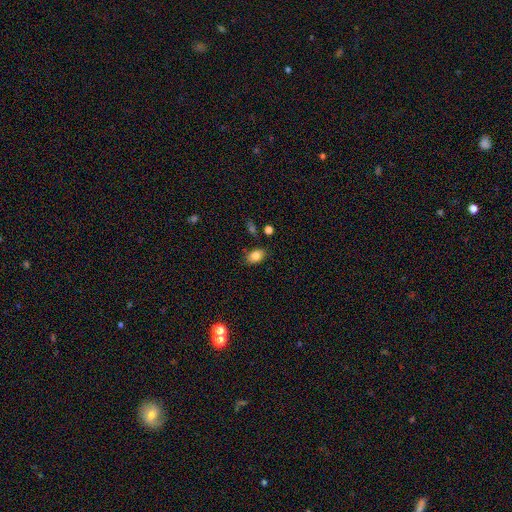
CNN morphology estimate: Smooth or featured?
  - smooth: 83% *
  - star or artifact: 9%
  - featured or disk: 8%
How rounded?
  - in between: 83% *
  - round: 16%
  - cigar-shaped: 1%
Merging?
  - none: 80% *
  - minor disturbance: 14%
  - merger: 3%
  - major disturbance: 3%